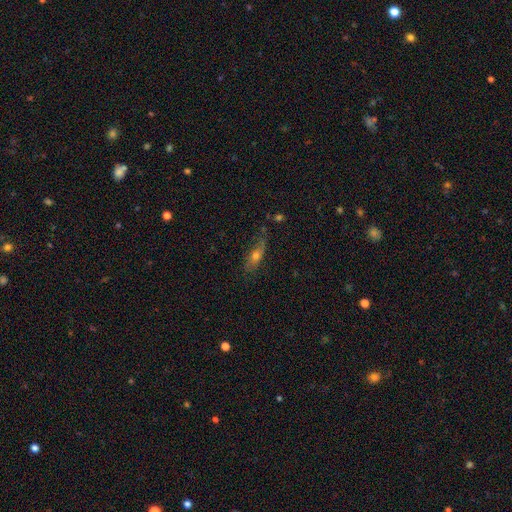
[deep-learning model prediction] Smooth or featured? Predicted: smooth (p=0.47). Merging? Predicted: none (p=0.62).